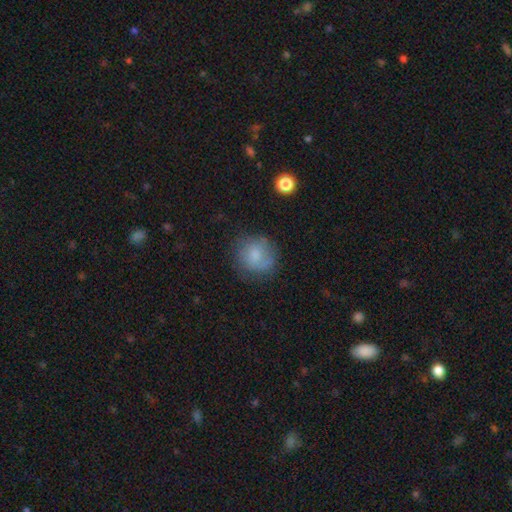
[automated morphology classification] Smooth or featured? smooth (73%)
How rounded? round (86%)
Merging? none (68%)